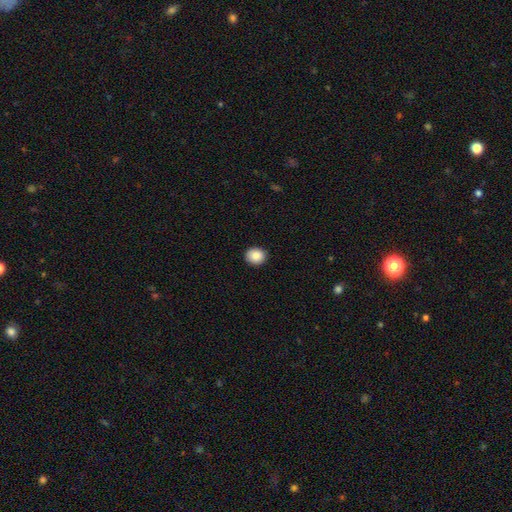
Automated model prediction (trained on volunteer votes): This appears to be a smooth galaxy with no disk features (87%) that is round (80%). Merging: none (91%).